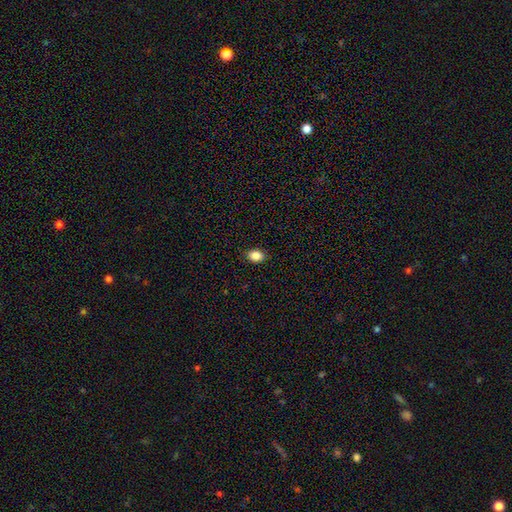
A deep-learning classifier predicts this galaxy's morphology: This is clearly a smooth galaxy (86%). How rounded: likely in between (68%). Merging: clearly none (89%).